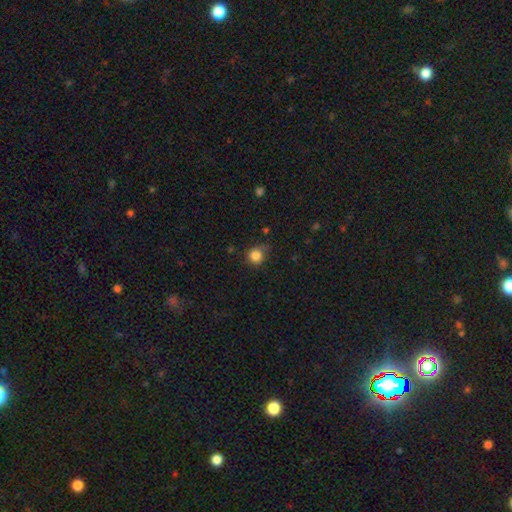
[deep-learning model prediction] The model was most divided on "merging": none: 73%, minor disturbance: 20%, major disturbance: 5%, merger: 3%. More confident: how rounded — round (91%); smooth or featured — smooth (84%).